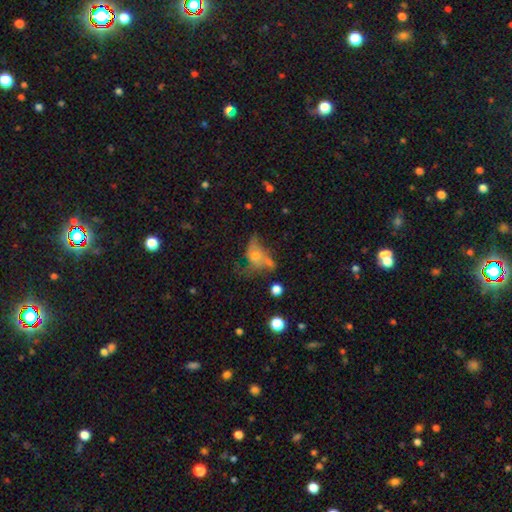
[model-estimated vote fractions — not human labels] smooth_or_featured: featured or disk (p=0.45) [alt: smooth p=0.39]
merging: major disturbance (p=0.37) [alt: none p=0.28]